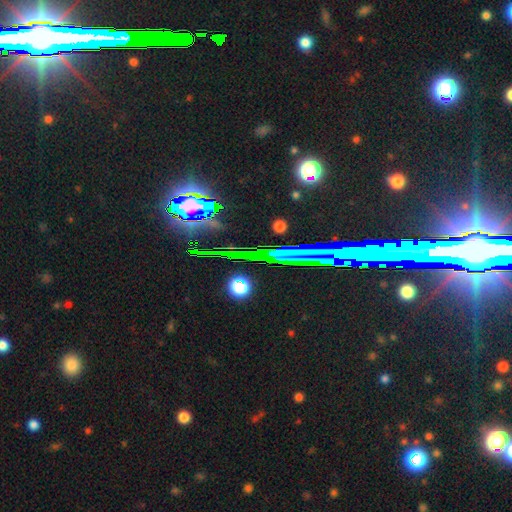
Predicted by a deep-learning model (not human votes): A star or artifact, not a galaxy (72%).

Vote fractions:
- Smooth or featured? star or artifact: 72% / smooth: 14% / featured or disk: 14%